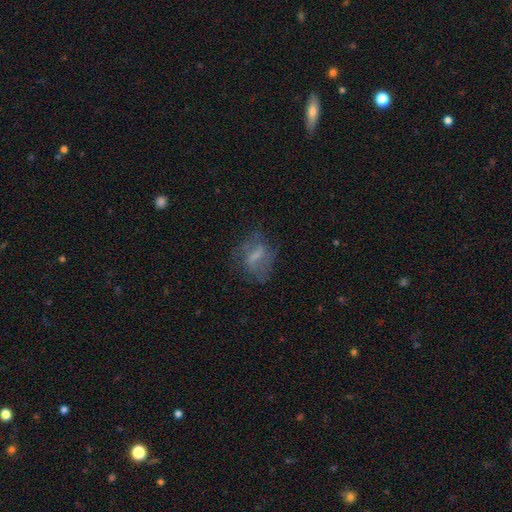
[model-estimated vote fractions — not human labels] A featured or disk galaxy (53%). Merging: none (56%).